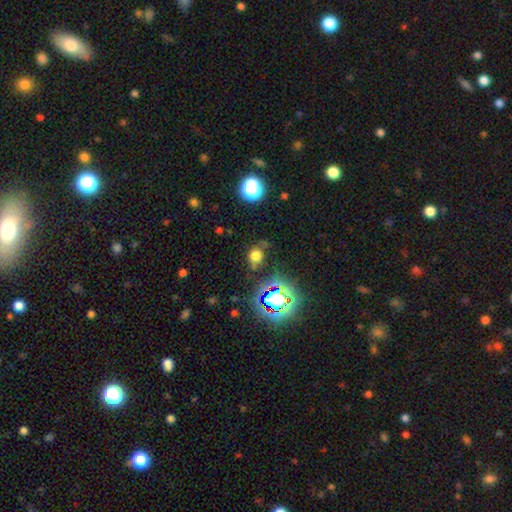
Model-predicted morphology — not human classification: type=smooth (63%); roundness=round (69%); merging=none (63%).